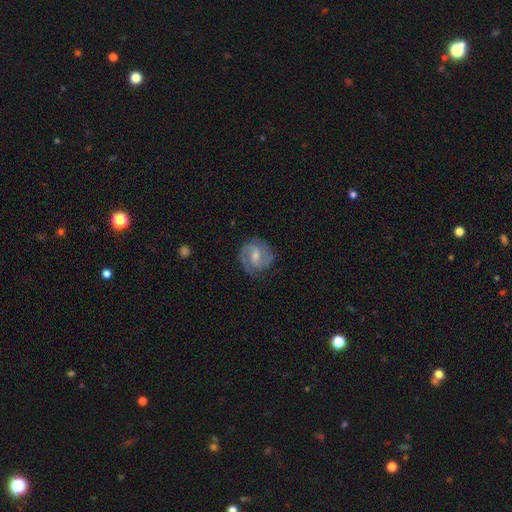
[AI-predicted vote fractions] Smooth or featured? featured or disk (80%)
Edge-on disk? no (98%)
Bar? weak (59%)
Spiral arms? yes (95%)
Spiral winding? medium (54%)
Spiral arm count? 2 (87%)
Bulge size? small (46%)
Merging? none (78%)